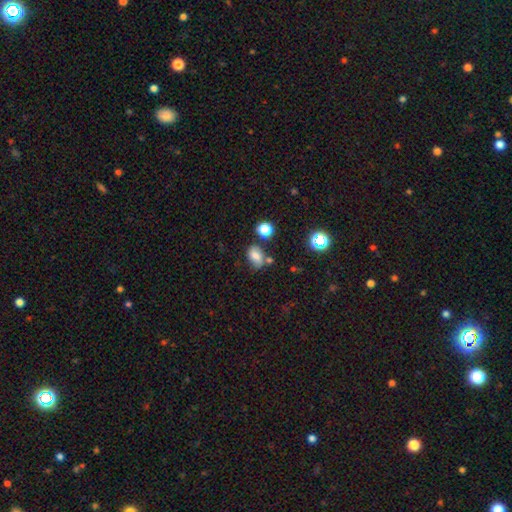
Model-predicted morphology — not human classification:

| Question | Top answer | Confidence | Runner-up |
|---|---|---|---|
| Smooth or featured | smooth | 70% | star or artifact (15%) |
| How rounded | in between | 73% | round (25%) |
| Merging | none | 57% | minor disturbance (23%) |